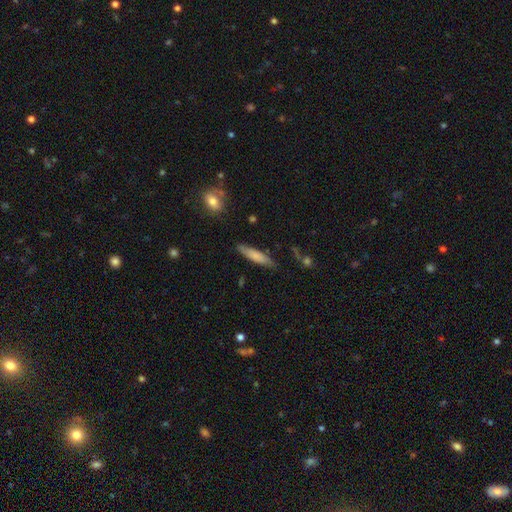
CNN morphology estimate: Smooth or featured?
  - smooth: 74% *
  - featured or disk: 20%
  - star or artifact: 6%
How rounded?
  - cigar-shaped: 83% *
  - in between: 15%
  - round: 1%
Merging?
  - none: 83% *
  - minor disturbance: 13%
  - major disturbance: 2%
  - merger: 2%